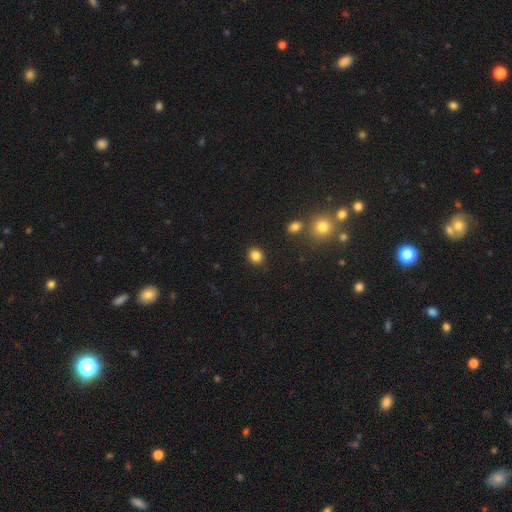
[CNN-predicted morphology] smooth_or_featured: smooth (p=0.85) [alt: star or artifact p=0.11]
how_rounded: round (p=0.71) [alt: in between p=0.28]
merging: none (p=0.88) [alt: minor disturbance p=0.08]